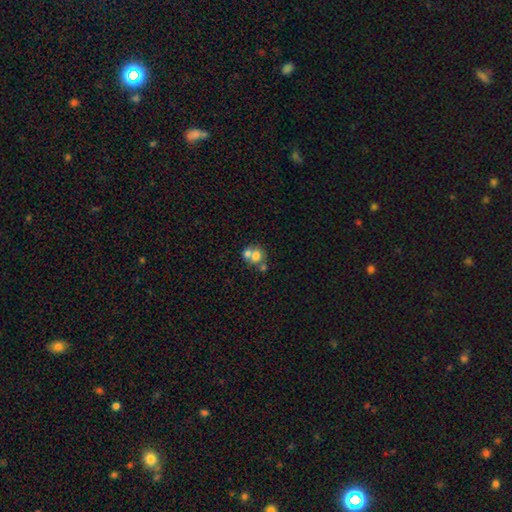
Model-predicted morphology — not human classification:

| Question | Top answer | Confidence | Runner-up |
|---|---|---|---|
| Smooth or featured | smooth | 68% | featured or disk (21%) |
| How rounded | round | 76% | in between (24%) |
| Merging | merger | 56% | none (33%) |